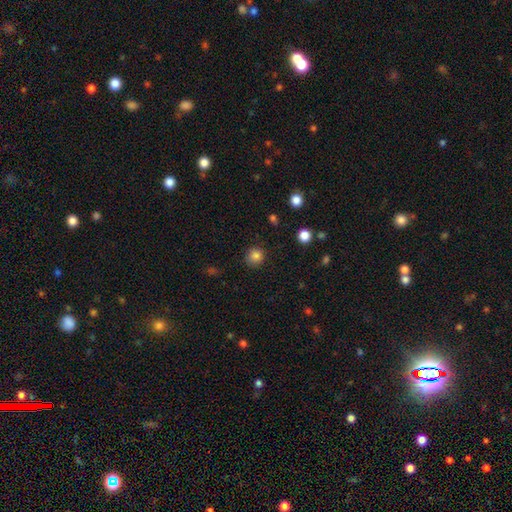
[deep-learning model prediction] This is clearly a smooth galaxy (83%). How rounded: clearly round (91%). Merging: clearly none (87%).